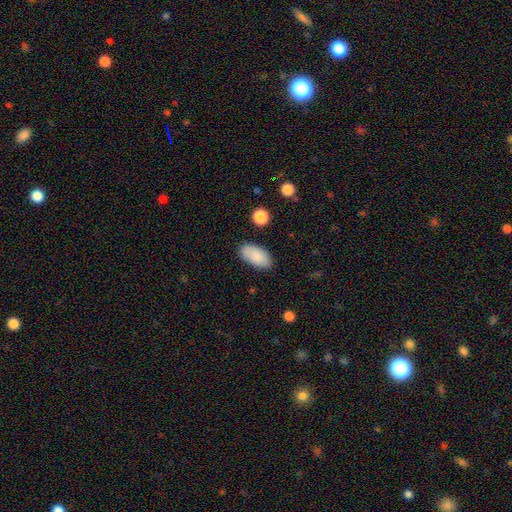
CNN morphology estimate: A smooth galaxy with no disk features (87%) that is in between round and cigar-shaped (94%).

Vote fractions:
- Smooth or featured? smooth: 87% / star or artifact: 7% / featured or disk: 6%
- How rounded? in between: 94% / cigar-shaped: 4% / round: 2%
- Merging? none: 85% / minor disturbance: 11% / major disturbance: 3% / merger: 2%